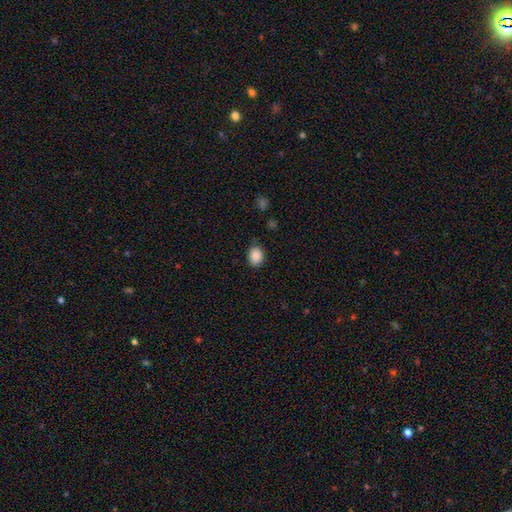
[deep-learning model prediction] smooth 88%, star or artifact 8%, featured or disk 3%. Down the decision tree: how rounded — in between (62%); merging — none (77%).